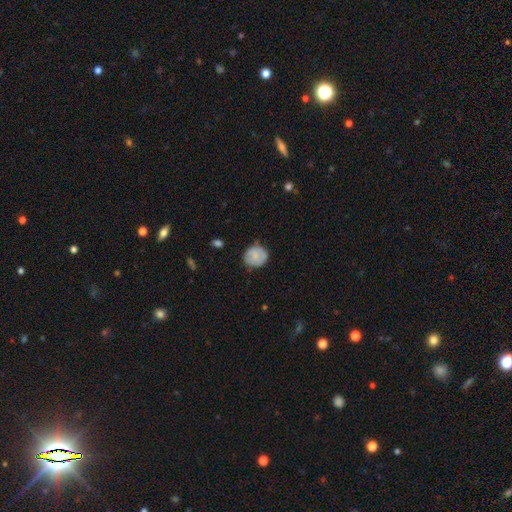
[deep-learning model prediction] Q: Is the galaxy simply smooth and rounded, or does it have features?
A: smooth — 74%.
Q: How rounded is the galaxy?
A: round — 79%.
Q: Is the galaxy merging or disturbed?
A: none — 76%.